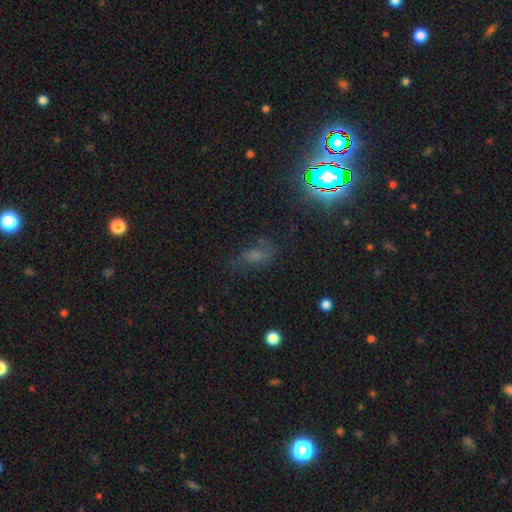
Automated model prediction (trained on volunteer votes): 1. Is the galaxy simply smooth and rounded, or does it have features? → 39% smooth, 35% star or artifact, 26% featured or disk.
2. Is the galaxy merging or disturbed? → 53% none, 24% minor disturbance, 20% major disturbance, 3% merger.